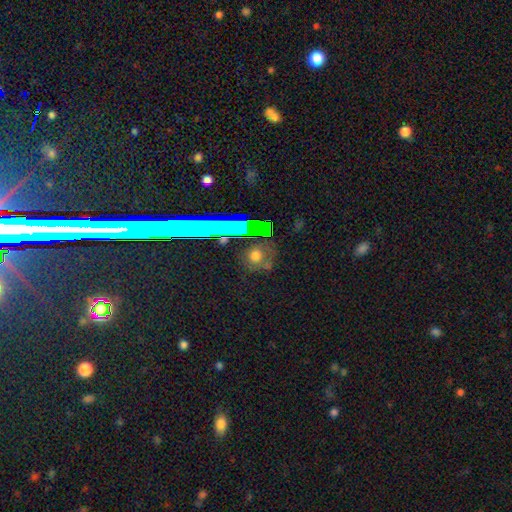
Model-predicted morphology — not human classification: A smooth galaxy with no disk features (56%) that is round (81%).

Vote fractions:
- Smooth or featured? smooth: 56% / star or artifact: 30% / featured or disk: 14%
- How rounded? round: 81% / in between: 16% / cigar-shaped: 2%
- Merging? none: 74% / minor disturbance: 15% / major disturbance: 7% / merger: 4%